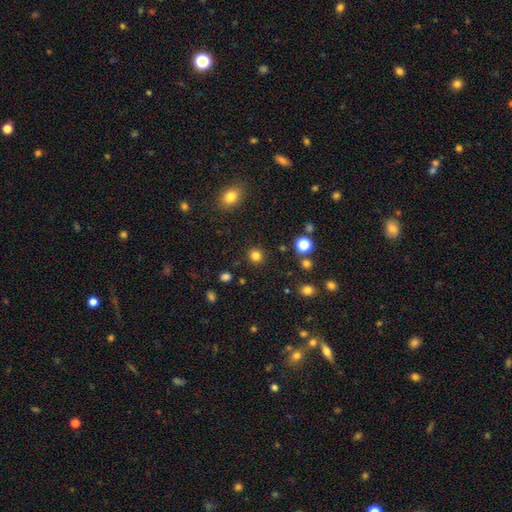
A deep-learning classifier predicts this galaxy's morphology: Smooth or featured?
  - smooth: 82% *
  - star or artifact: 14%
  - featured or disk: 4%
How rounded?
  - round: 90% *
  - in between: 9%
  - cigar-shaped: 1%
Merging?
  - none: 90% *
  - minor disturbance: 6%
  - major disturbance: 2%
  - merger: 2%